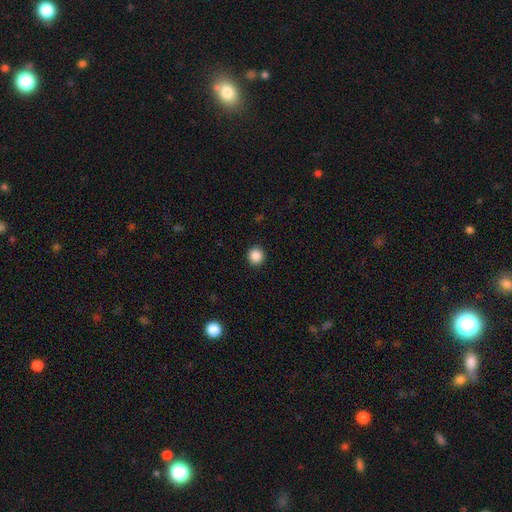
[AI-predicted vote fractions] Smooth or featured? Predicted: smooth (p=0.87). How rounded? Predicted: round (p=0.93). Merging? Predicted: none (p=0.93).